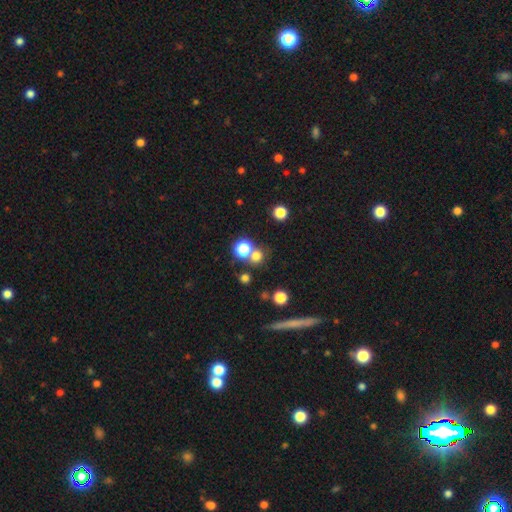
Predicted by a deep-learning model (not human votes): This is likely a smooth galaxy (71%). How rounded: clearly round (87%). Merging: possibly none (58%).